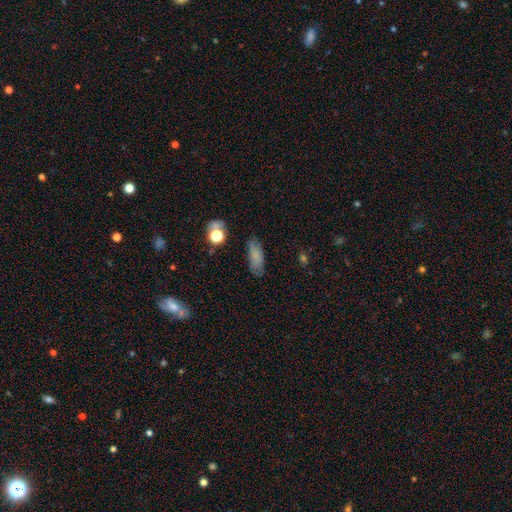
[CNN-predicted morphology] smooth 73%, featured or disk 15%, star or artifact 12%. Down the decision tree: how rounded — in between (72%); merging — none (70%).